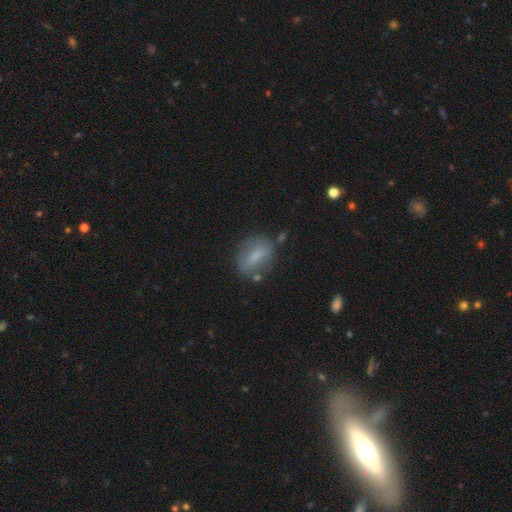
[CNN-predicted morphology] This appears to be a smooth galaxy with no disk features (63%) that is in between round and cigar-shaped (68%). Merging: none (66%).